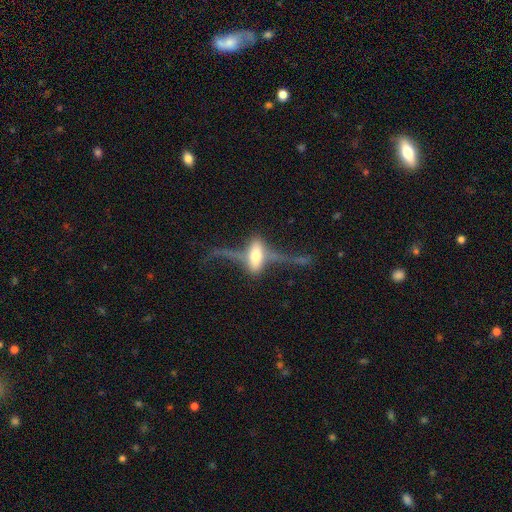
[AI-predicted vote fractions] smooth-or-featured: featured or disk: 73% | smooth: 21% | star or artifact: 6%
  disk-edge-on: yes: 73% | no: 27%
    edge-on-bulge: rounded: 87% | boxy: 10% | none: 3%
  merging: none: 41% | major disturbance: 33% | minor disturbance: 18% | merger: 8%